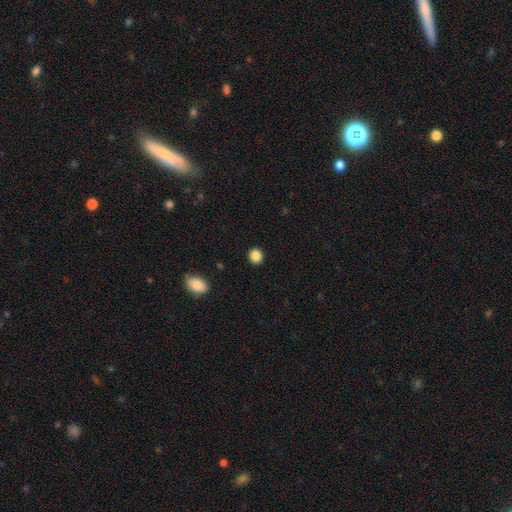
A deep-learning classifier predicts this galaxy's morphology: This appears to be a smooth galaxy with no disk features (87%) that is round (81%). Merging: none (91%).